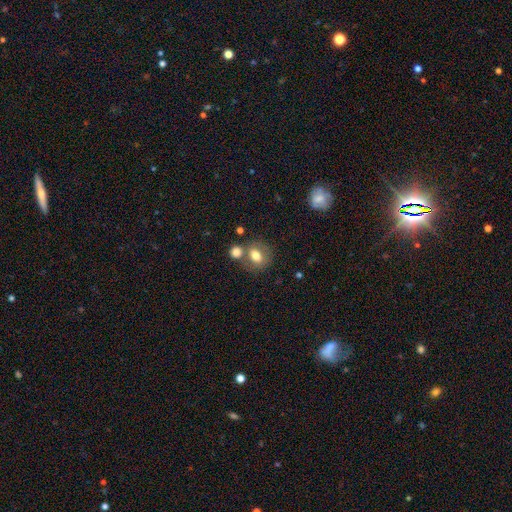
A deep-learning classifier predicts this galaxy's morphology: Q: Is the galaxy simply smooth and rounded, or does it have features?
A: smooth — 73%.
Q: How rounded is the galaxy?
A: round — 51%.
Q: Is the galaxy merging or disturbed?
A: none — 54%.